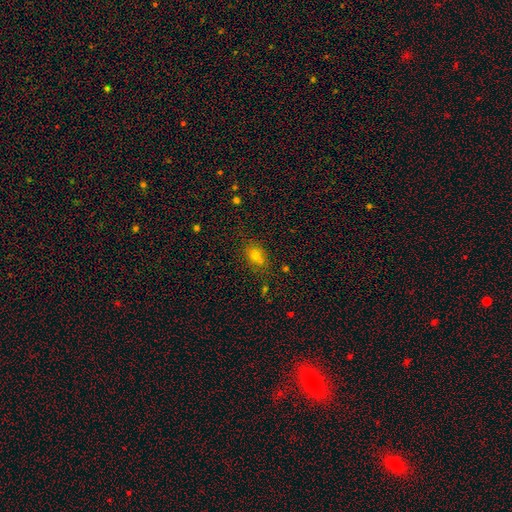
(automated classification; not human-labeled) A smooth galaxy with no disk features (72%) that is in between round and cigar-shaped (59%).

Vote fractions:
- Smooth or featured? smooth: 72% / star or artifact: 16% / featured or disk: 12%
- How rounded? in between: 59% / round: 39% / cigar-shaped: 2%
- Merging? none: 60% / merger: 21% / minor disturbance: 15% / major disturbance: 4%